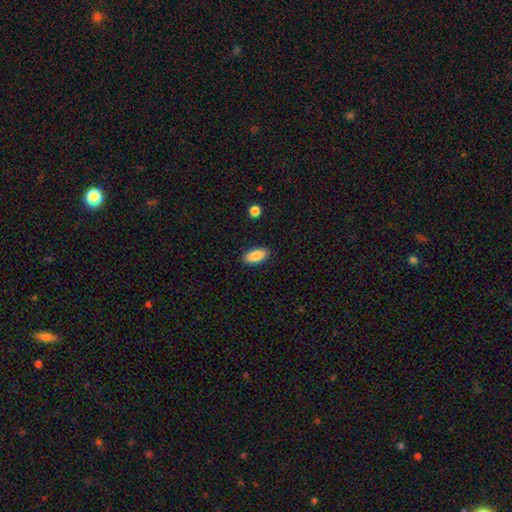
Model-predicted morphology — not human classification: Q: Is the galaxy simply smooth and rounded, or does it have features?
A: smooth — 88%.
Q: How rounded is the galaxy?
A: in between — 90%.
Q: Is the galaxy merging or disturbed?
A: none — 88%.